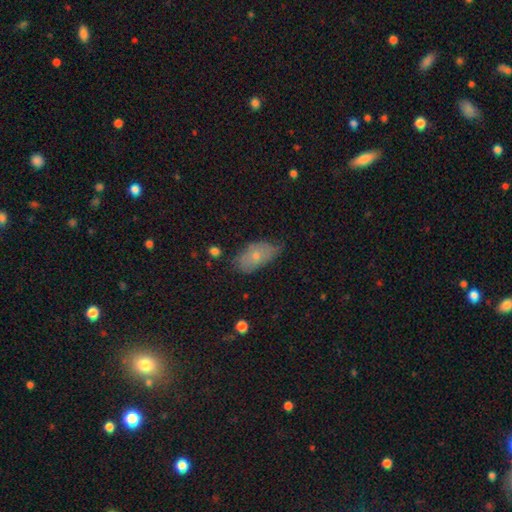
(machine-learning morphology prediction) Smooth or featured?
  - smooth: 65% *
  - featured or disk: 27%
  - star or artifact: 8%
How rounded?
  - in between: 91% *
  - round: 6%
  - cigar-shaped: 3%
Merging?
  - none: 52% *
  - minor disturbance: 36%
  - major disturbance: 9%
  - merger: 2%